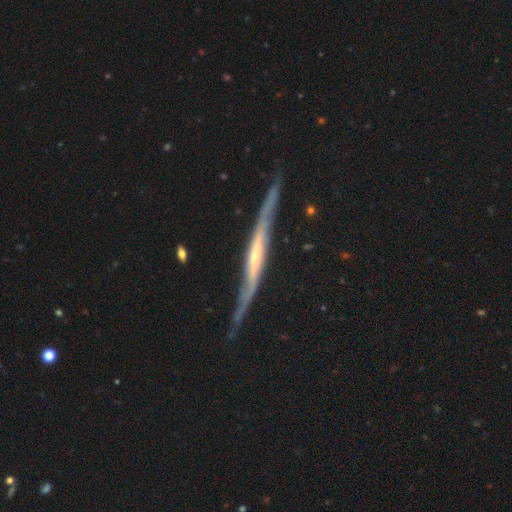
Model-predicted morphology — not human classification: A featured or disk galaxy (82%) viewed edge-on (83%) with no central bulge (54%).

Vote fractions:
- Smooth or featured? featured or disk: 82% / smooth: 13% / star or artifact: 5%
- Edge-on disk? yes: 83% / no: 17%
- Edge-on bulge? none: 54% / rounded: 35% / boxy: 11%
- Merging? none: 68% / minor disturbance: 24% / major disturbance: 6% / merger: 2%